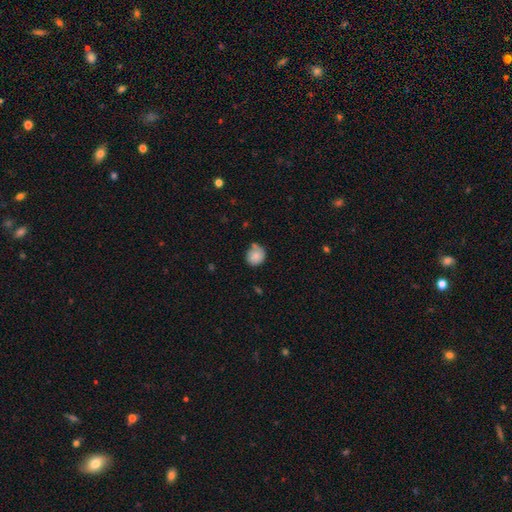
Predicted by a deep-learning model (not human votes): Morphology: type=smooth (83%); roundness=round (82%); merging=none (60%).